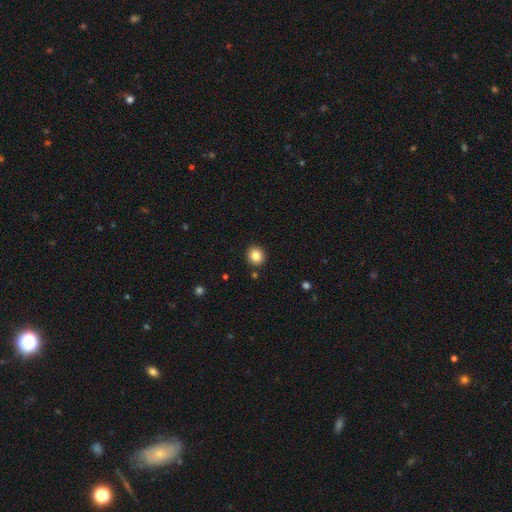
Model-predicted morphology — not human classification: A smooth galaxy with no disk features (84%) that is round (89%).

Vote fractions:
- Smooth or featured? smooth: 84% / star or artifact: 10% / featured or disk: 6%
- How rounded? round: 89% / in between: 10% / cigar-shaped: 1%
- Merging? none: 91% / minor disturbance: 6% / merger: 2% / major disturbance: 2%